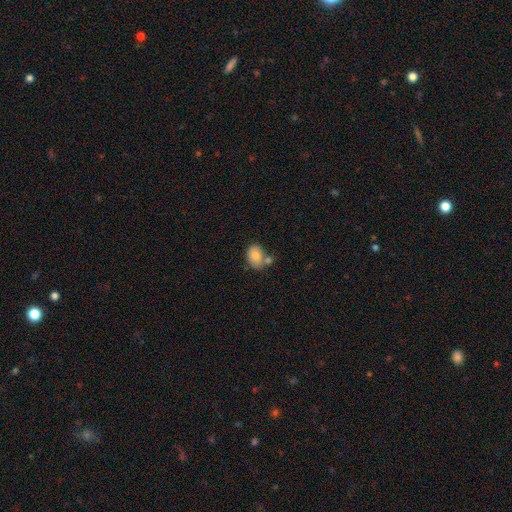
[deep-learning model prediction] smooth-or-featured: smooth: 81% | featured or disk: 11% | star or artifact: 8%
  how-rounded: in between: 69% | round: 30% | cigar-shaped: 1%
  merging: none: 48% | merger: 29% | minor disturbance: 18% | major disturbance: 5%